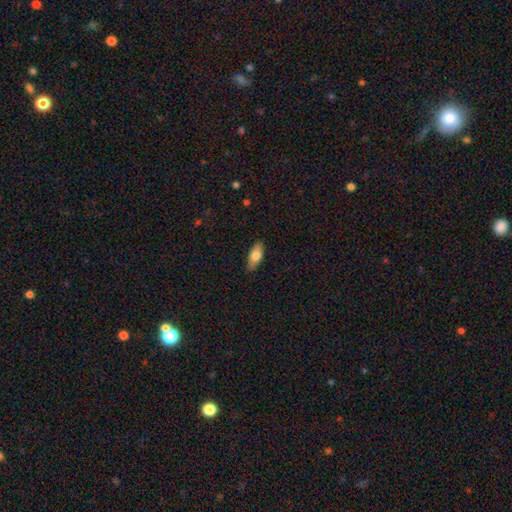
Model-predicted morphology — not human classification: A smooth galaxy with no disk features (77%) that is in between round and cigar-shaped (82%).

Vote fractions:
- Smooth or featured? smooth: 77% / featured or disk: 17% / star or artifact: 6%
- How rounded? in between: 82% / cigar-shaped: 15% / round: 2%
- Merging? none: 86% / minor disturbance: 11% / major disturbance: 2% / merger: 1%